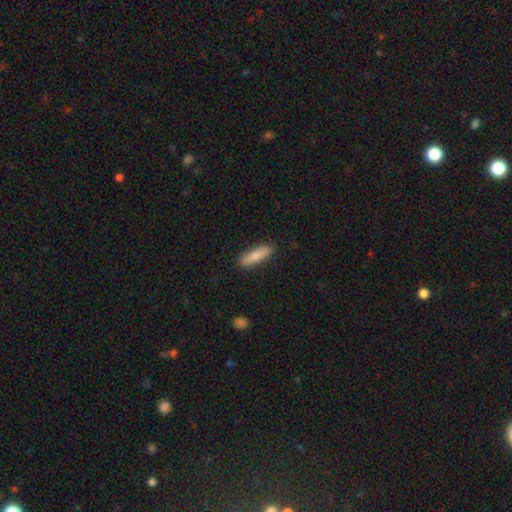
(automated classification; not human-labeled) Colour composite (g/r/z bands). It shows a smooth galaxy with no disk features (78%) that is cigar-shaped (69%). Merging: none (88%).